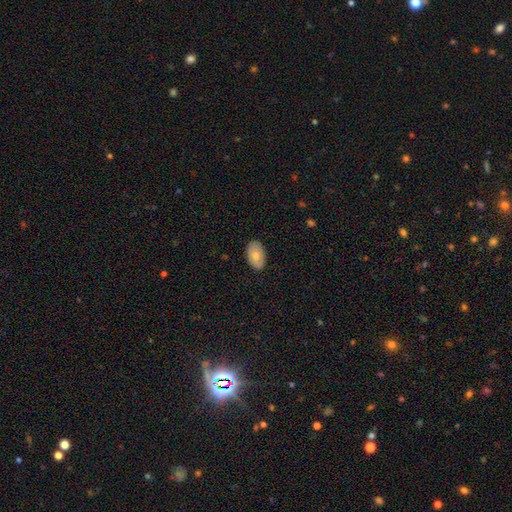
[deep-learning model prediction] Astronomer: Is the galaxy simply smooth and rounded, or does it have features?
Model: smooth — 75%.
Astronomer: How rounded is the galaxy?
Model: in between — 92%.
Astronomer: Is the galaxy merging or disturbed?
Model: none — 87%.